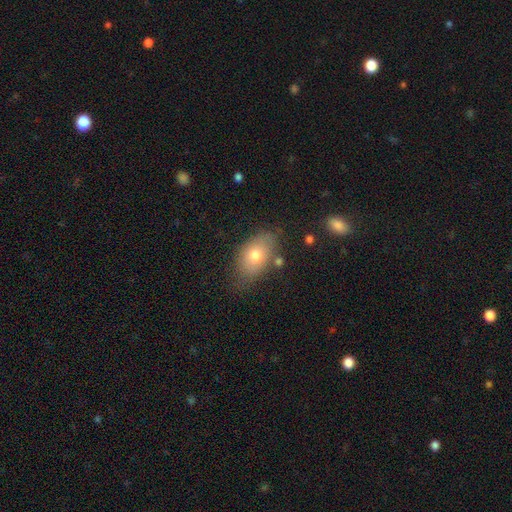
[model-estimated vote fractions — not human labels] Smooth or featured? Predicted: smooth (p=0.73). How rounded? Predicted: in between (p=0.88). Merging? Predicted: none (p=0.67).